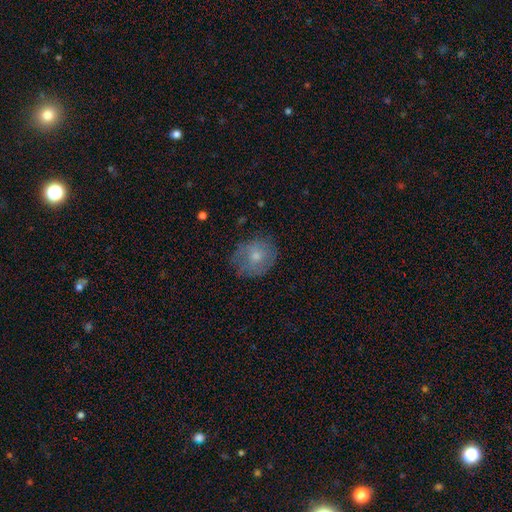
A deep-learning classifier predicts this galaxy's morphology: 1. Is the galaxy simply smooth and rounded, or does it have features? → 65% smooth, 27% featured or disk, 8% star or artifact.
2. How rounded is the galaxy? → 69% round, 30% in between, 1% cigar-shaped.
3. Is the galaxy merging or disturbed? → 68% none, 22% minor disturbance, 8% major disturbance, 1% merger.